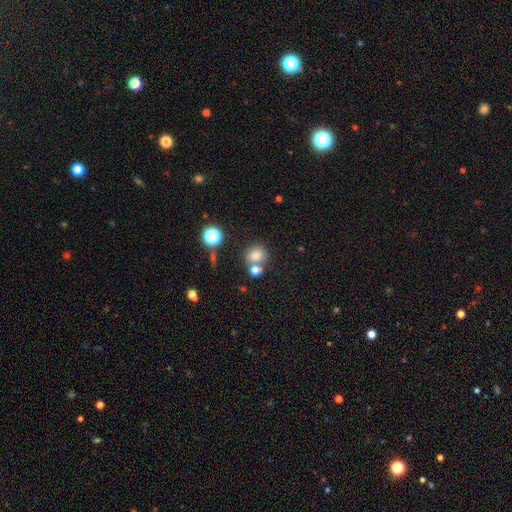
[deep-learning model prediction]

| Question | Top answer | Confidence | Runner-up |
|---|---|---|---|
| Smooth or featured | smooth | 77% | star or artifact (14%) |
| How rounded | round | 83% | in between (16%) |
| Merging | none | 60% | merger (28%) |